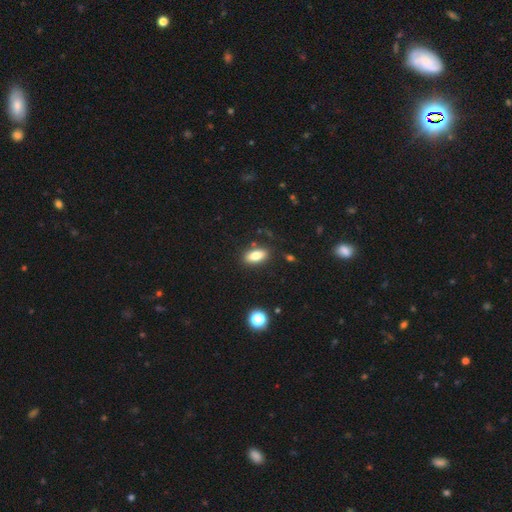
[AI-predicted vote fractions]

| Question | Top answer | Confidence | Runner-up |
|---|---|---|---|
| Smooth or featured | smooth | 80% | featured or disk (12%) |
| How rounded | in between | 86% | cigar-shaped (9%) |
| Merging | none | 85% | minor disturbance (10%) |